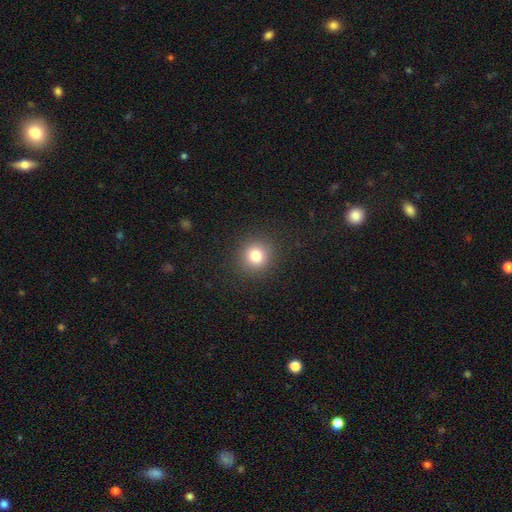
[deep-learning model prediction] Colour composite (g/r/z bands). It shows a smooth galaxy with no disk features (80%) that is round (92%). Merging: none (91%).